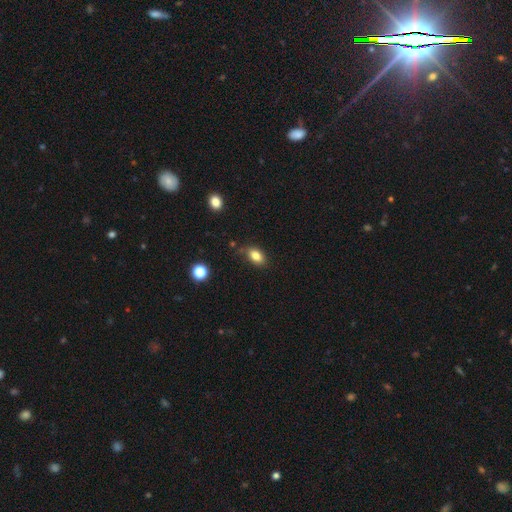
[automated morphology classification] Smooth or featured: smooth — 83% (star or artifact — 10%)
How rounded: in between — 86% (round — 12%)
Merging: none — 77% (minor disturbance — 16%)